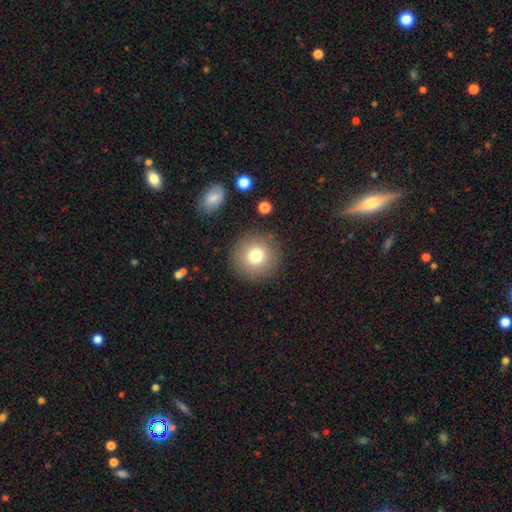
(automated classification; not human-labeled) smooth-or-featured: smooth: 77% | featured or disk: 12% | star or artifact: 11%
  how-rounded: round: 95% | in between: 4% | cigar-shaped: 1%
  merging: none: 88% | minor disturbance: 7% | major disturbance: 3% | merger: 2%